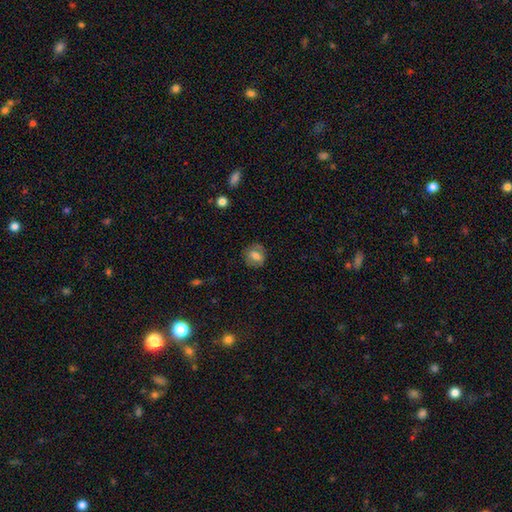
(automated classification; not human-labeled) smooth_or_featured: smooth (p=0.65) [alt: featured or disk p=0.25]
how_rounded: round (p=0.59) [alt: in between p=0.39]
merging: none (p=0.77) [alt: minor disturbance p=0.15]